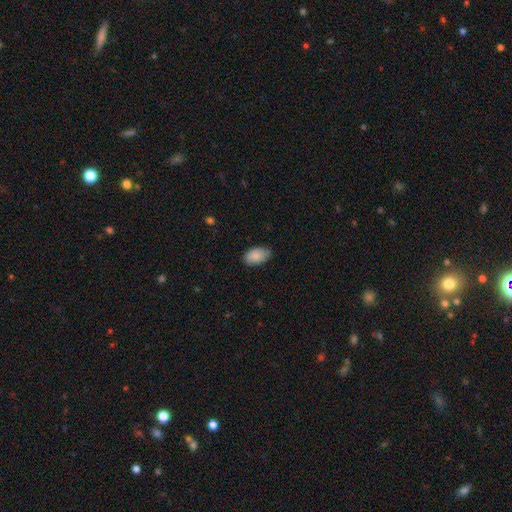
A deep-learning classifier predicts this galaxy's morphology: The model was most divided on "merging": none: 73%, minor disturbance: 23%, major disturbance: 3%, merger: 1%. More confident: how rounded — in between (91%); smooth or featured — smooth (86%).